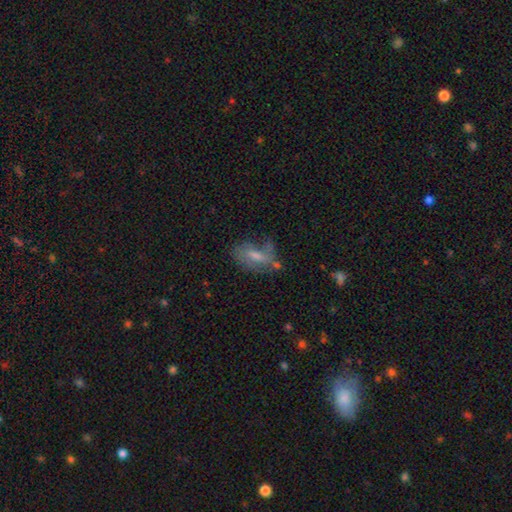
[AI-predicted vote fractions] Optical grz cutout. It shows a featured or disk galaxy (44%). Merging: none (47%).